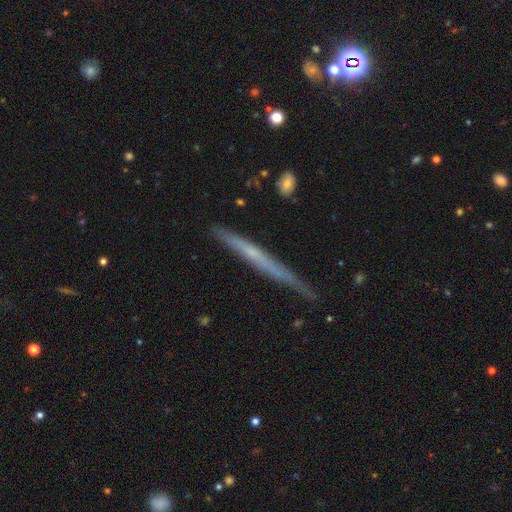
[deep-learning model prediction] Smooth or featured: featured or disk — 58% (smooth — 34%)
Edge-on disk: yes — 96% (no — 4%)
Edge-on bulge: none — 79% (rounded — 17%)
Merging: none — 79% (minor disturbance — 16%)